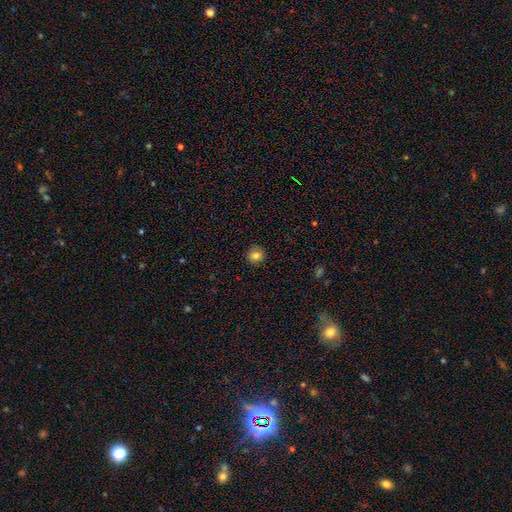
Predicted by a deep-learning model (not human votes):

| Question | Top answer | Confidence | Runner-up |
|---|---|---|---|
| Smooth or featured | smooth | 82% | star or artifact (11%) |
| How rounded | round | 92% | in between (7%) |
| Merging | none | 90% | minor disturbance (8%) |